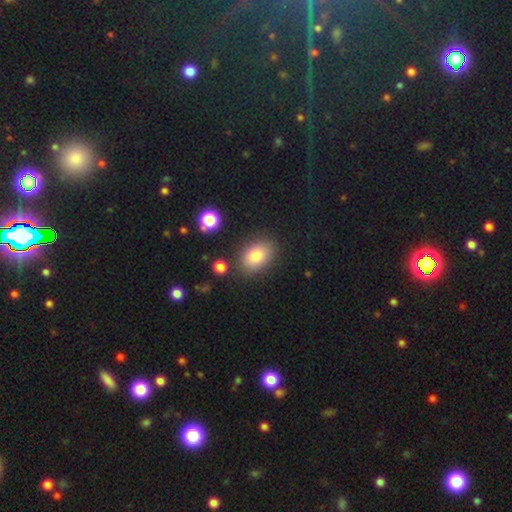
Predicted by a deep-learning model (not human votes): smooth 82%, featured or disk 9%, star or artifact 9%. Down the decision tree: how rounded — in between (82%); merging — none (83%).